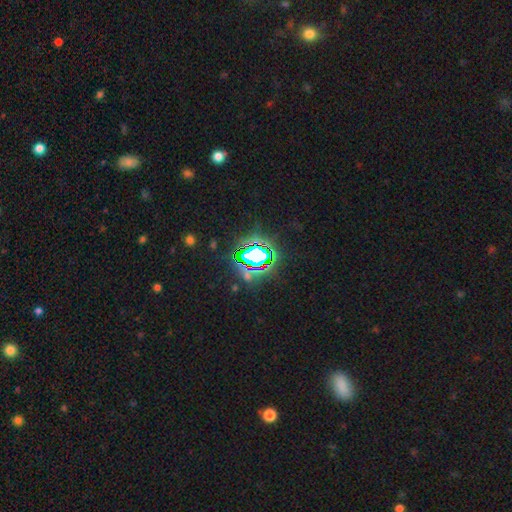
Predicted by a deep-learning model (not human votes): Morphology: type=star or artifact (74%).